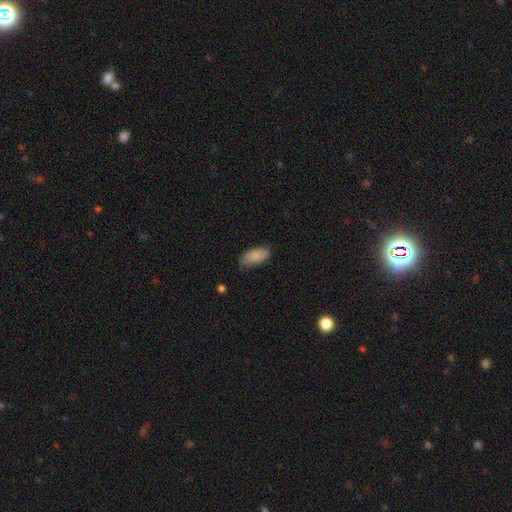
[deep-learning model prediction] Overall: smooth (86%). How rounded: in between (93%). Merging: none (71%).